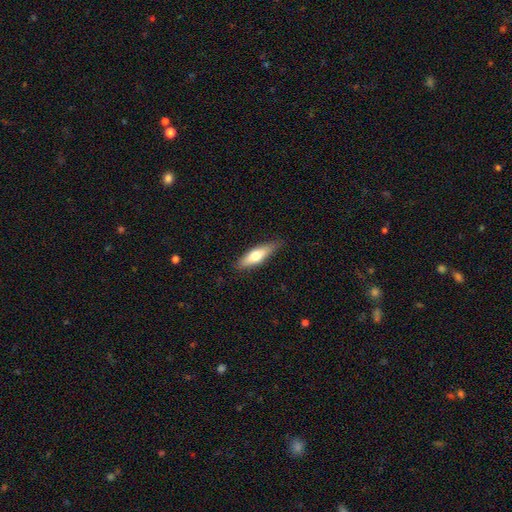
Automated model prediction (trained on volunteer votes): The model was most divided on "how rounded": cigar-shaped: 56%, in between: 42%, round: 2%. More confident: merging — none (82%); smooth or featured — smooth (62%).